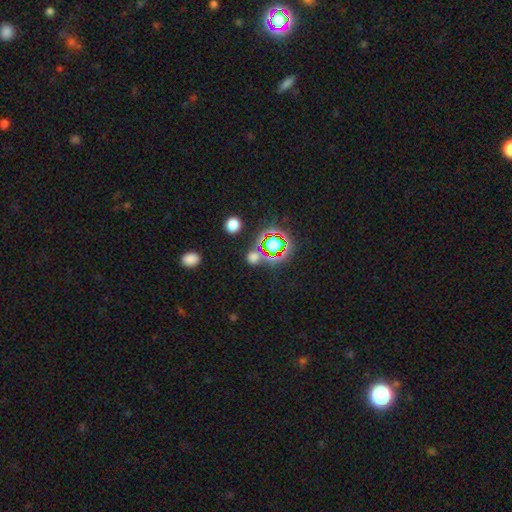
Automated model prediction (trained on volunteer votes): Q: Smooth or featured?
A: star or artifact (64%); runner-up: smooth (27%)